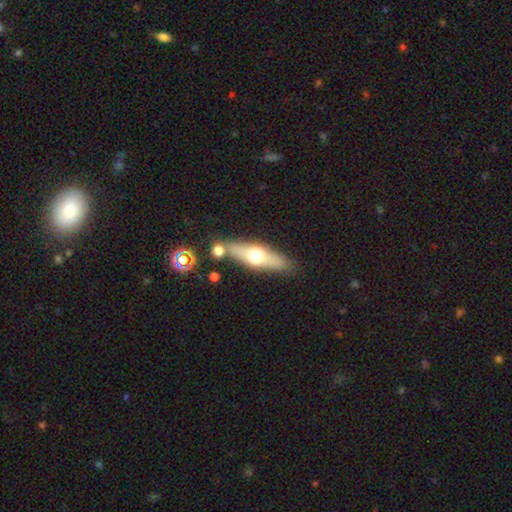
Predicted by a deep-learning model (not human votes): The model was most divided on "smooth or featured": smooth: 47%, featured or disk: 45%, star or artifact: 7%. More confident: merging — none (76%).